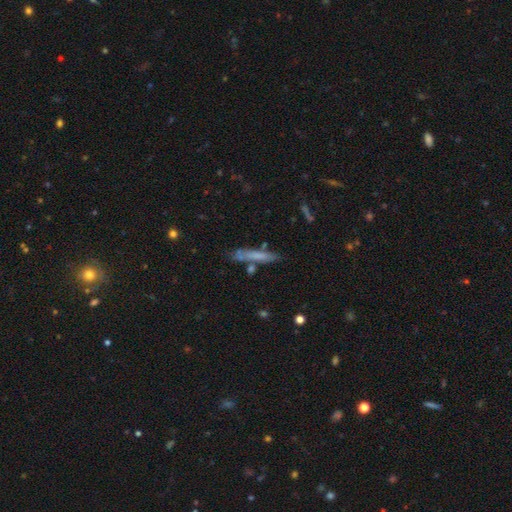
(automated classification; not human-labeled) smooth-or-featured: smooth: 59% | featured or disk: 32% | star or artifact: 9%
  how-rounded: cigar-shaped: 91% | in between: 7% | round: 2%
  merging: none: 70% | minor disturbance: 17% | merger: 7% | major disturbance: 5%